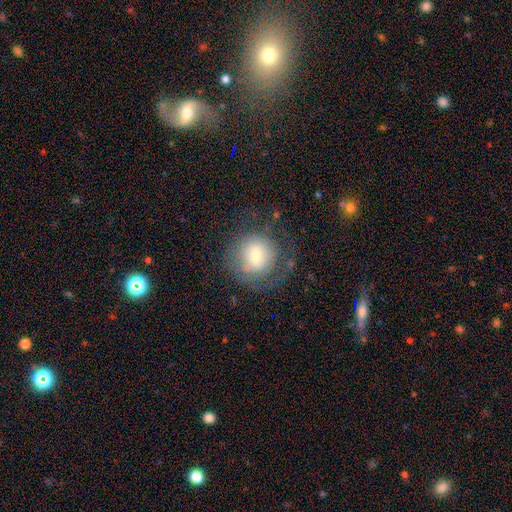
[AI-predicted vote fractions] A smooth galaxy with no disk features (52%) that is round (89%). Merging: none (58%).